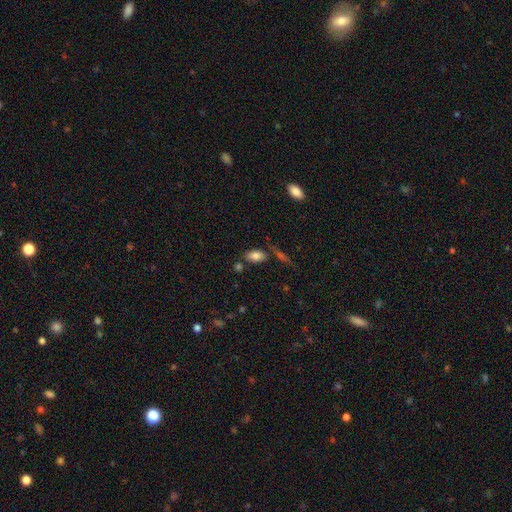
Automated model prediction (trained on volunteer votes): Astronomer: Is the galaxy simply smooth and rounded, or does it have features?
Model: smooth — 82%.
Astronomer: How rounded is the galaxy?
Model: in between — 92%.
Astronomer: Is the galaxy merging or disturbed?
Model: none — 70%.